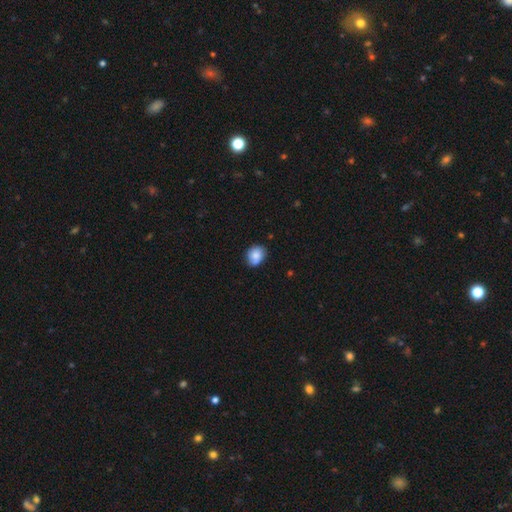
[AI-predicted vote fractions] Morphology: type=smooth (80%); roundness=round (53%); merging=none (69%).